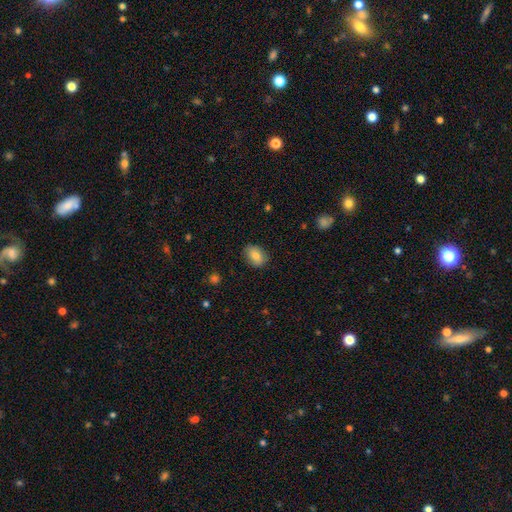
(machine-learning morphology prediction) smooth_or_featured: smooth (p=0.80) [alt: featured or disk p=0.12]
how_rounded: in between (p=0.75) [alt: round p=0.23]
merging: none (p=0.85) [alt: minor disturbance p=0.12]